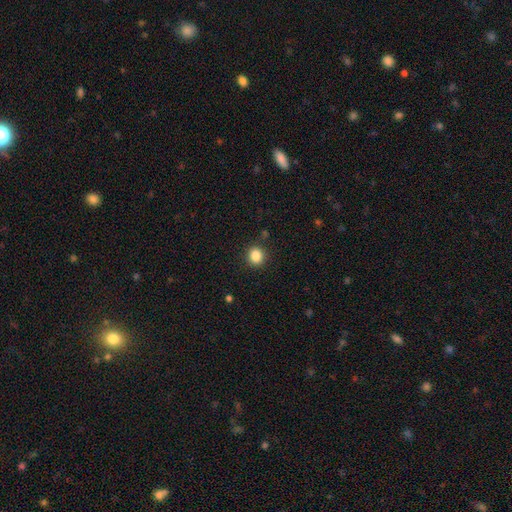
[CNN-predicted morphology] The model was most divided on "how rounded": round: 77%, in between: 22%, cigar-shaped: 1%. More confident: merging — none (88%); smooth or featured — smooth (85%).